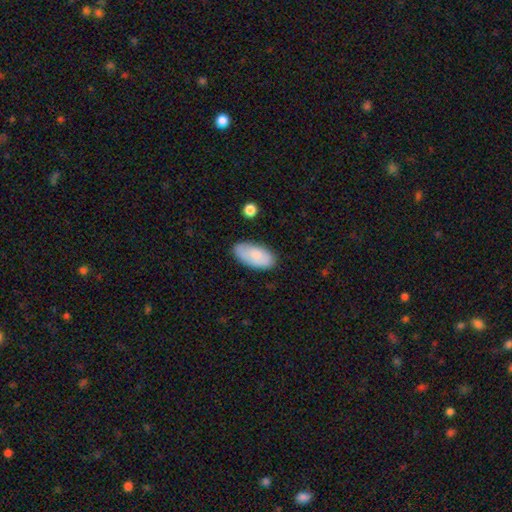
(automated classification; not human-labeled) Smooth or featured? Predicted: smooth (p=0.79). How rounded? Predicted: in between (p=0.94). Merging? Predicted: none (p=0.79).